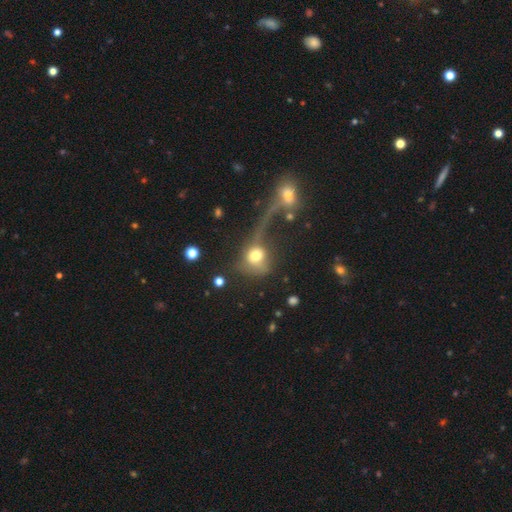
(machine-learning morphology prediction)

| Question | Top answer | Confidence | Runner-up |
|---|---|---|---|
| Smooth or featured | smooth | 62% | featured or disk (25%) |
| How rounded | round | 69% | in between (28%) |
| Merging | major disturbance | 44% | merger (27%) |